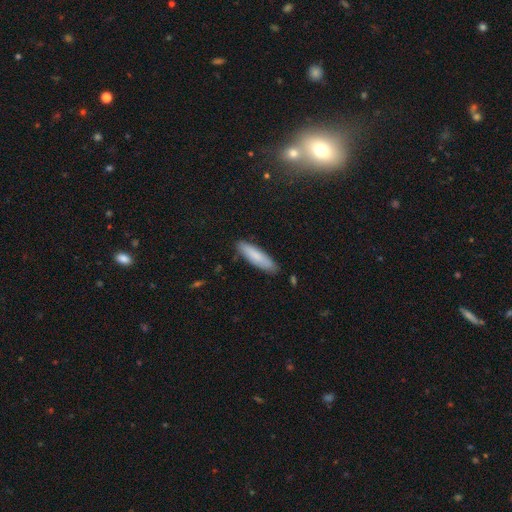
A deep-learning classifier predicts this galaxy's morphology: Q: Smooth or featured?
A: smooth (81%); runner-up: featured or disk (14%)
Q: How rounded?
A: cigar-shaped (69%); runner-up: in between (29%)
Q: Merging?
A: none (85%); runner-up: minor disturbance (11%)